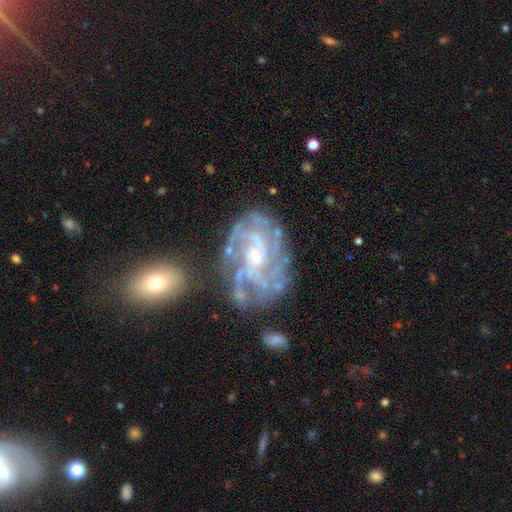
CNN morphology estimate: This is clearly a featured or disk galaxy (87%). It is clearly not viewed edge-on (97%). Bar: possibly no (54%). Spiral arm pattern: clearly yes (94%). Spiral arm count: marginally can't tell (28%). Spiral winding: possibly tight (49%). Central bulge: likely small (60%). Merging: likely none (61%).